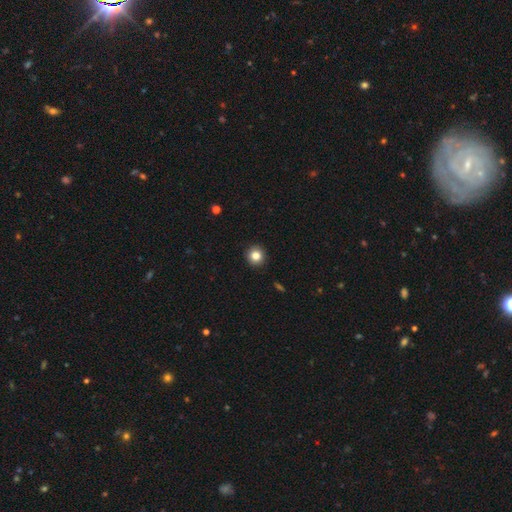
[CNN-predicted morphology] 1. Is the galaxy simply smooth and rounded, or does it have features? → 84% smooth, 10% star or artifact, 6% featured or disk.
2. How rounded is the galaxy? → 94% round, 5% in between, 1% cigar-shaped.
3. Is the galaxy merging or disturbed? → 93% none, 5% minor disturbance, 1% major disturbance, 1% merger.